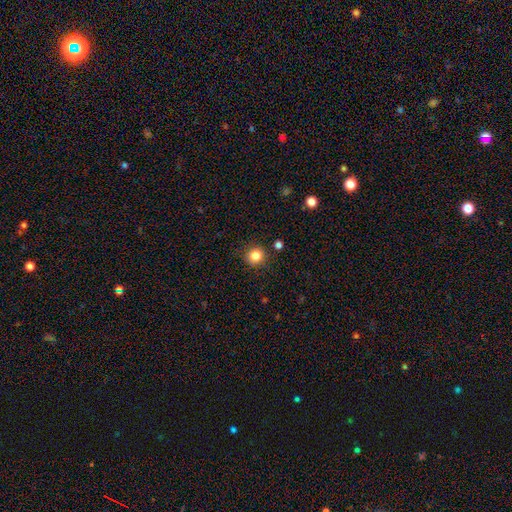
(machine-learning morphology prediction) type=smooth (83%); roundness=round (92%); merging=none (90%).